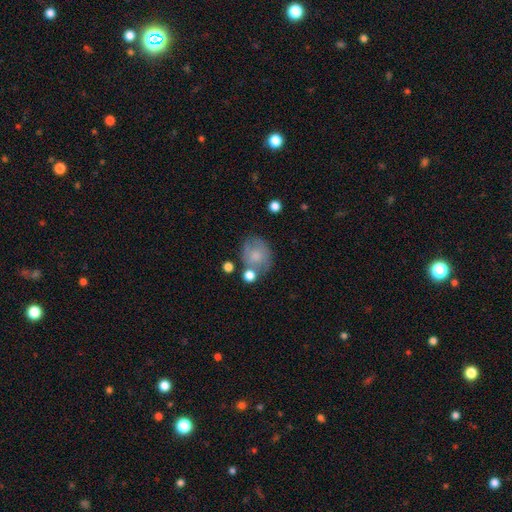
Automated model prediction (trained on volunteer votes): smooth 64%, featured or disk 27%, star or artifact 9%. Down the decision tree: how rounded — round (54%); merging — none (51%).